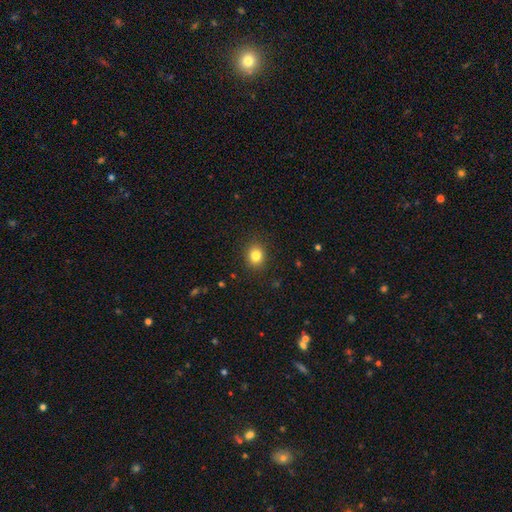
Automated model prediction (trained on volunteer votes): Smooth or featured? smooth (83%)
How rounded? round (73%)
Merging? none (89%)